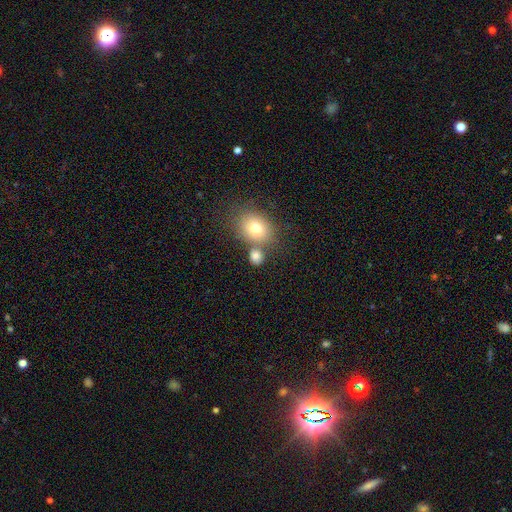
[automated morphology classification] A smooth galaxy with no disk features (78%) that is round (66%). Merging: none (59%).